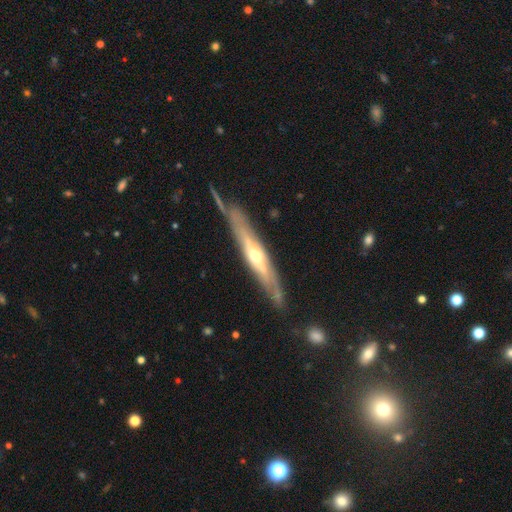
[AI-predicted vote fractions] Overall: featured or disk (75%). Edge-on disk: yes (76%). Edge-on bulge: rounded (79%). Merging: none (70%).